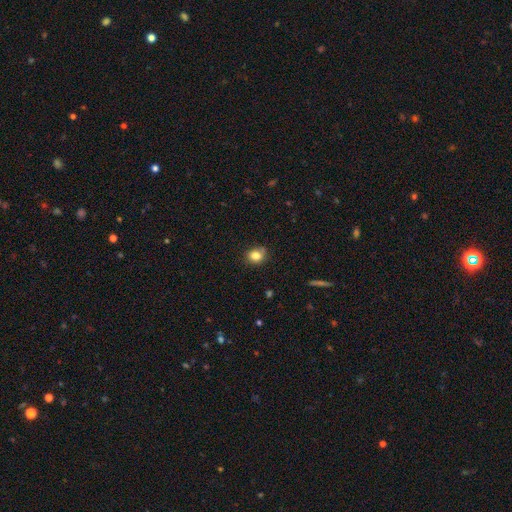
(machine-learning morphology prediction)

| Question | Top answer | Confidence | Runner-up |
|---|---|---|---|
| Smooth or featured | smooth | 81% | star or artifact (11%) |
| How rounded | round | 64% | in between (35%) |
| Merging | none | 75% | minor disturbance (18%) |